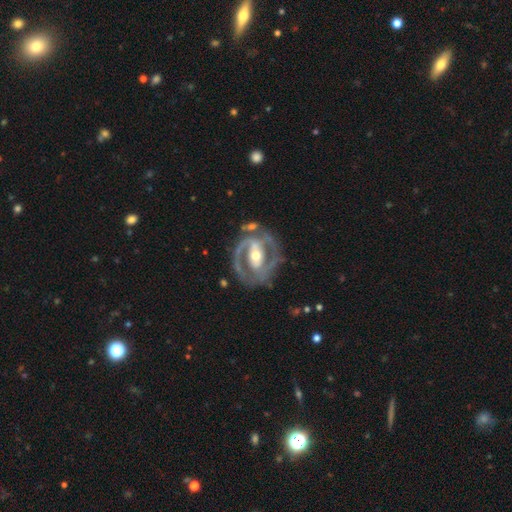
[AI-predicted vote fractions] This is clearly a featured or disk galaxy (86%). It is clearly not viewed edge-on (96%). Bar: possibly strong (51%). Spiral arm pattern: clearly yes (83%). Spiral arm count: likely 2 (78%). Spiral winding: possibly tight (47%). Central bulge: likely moderate (69%). Merging: likely none (68%).